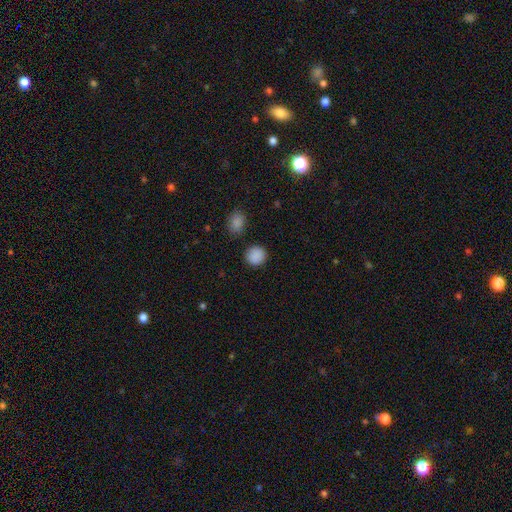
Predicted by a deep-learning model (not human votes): The model was most divided on "how rounded": round: 89%, in between: 10%, cigar-shaped: 1%. More confident: merging — none (88%); smooth or featured — smooth (88%).